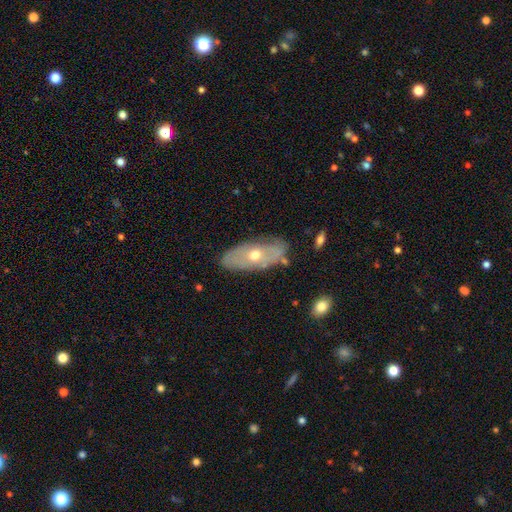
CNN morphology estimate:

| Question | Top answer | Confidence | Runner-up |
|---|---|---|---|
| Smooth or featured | featured or disk | 55% | smooth (37%) |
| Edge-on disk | no | 77% | yes (23%) |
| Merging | none | 78% | minor disturbance (16%) |